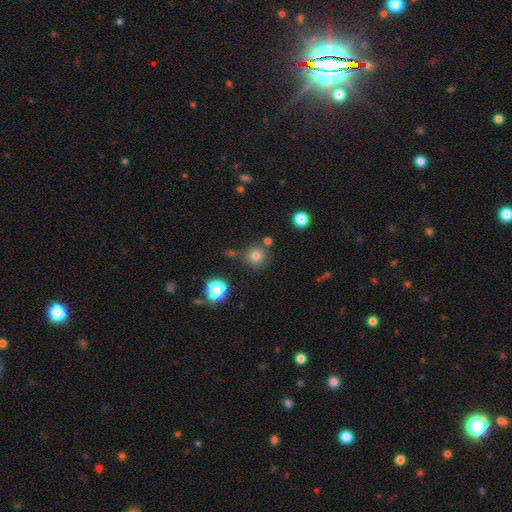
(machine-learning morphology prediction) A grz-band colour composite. It shows a smooth galaxy with no disk features (76%) that is round (93%). Merging: none (78%).